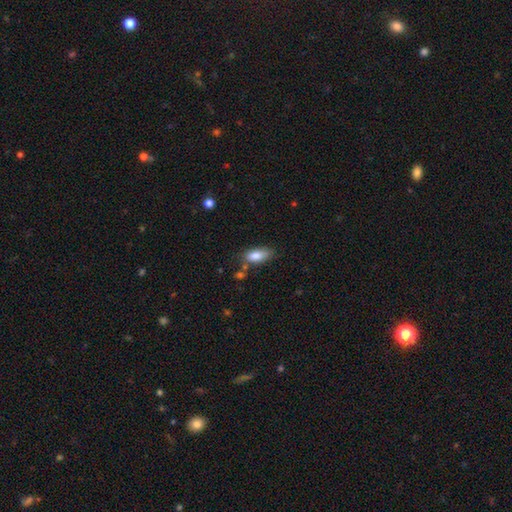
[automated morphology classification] type=smooth (84%); roundness=in between (81%); merging=none (65%).